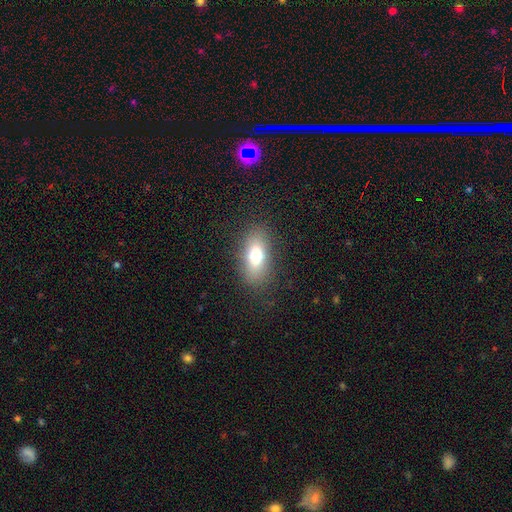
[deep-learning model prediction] A smooth galaxy with no disk features (72%) that is in between round and cigar-shaped (82%).

Vote fractions:
- Smooth or featured? smooth: 72% / featured or disk: 17% / star or artifact: 11%
- How rounded? in between: 82% / round: 9% / cigar-shaped: 8%
- Merging? none: 83% / minor disturbance: 11% / major disturbance: 5% / merger: 1%